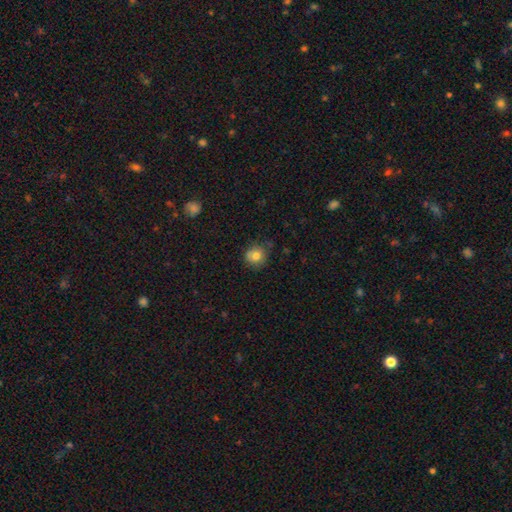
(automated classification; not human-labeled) Smooth or featured? smooth (80%)
How rounded? round (86%)
Merging? none (76%)